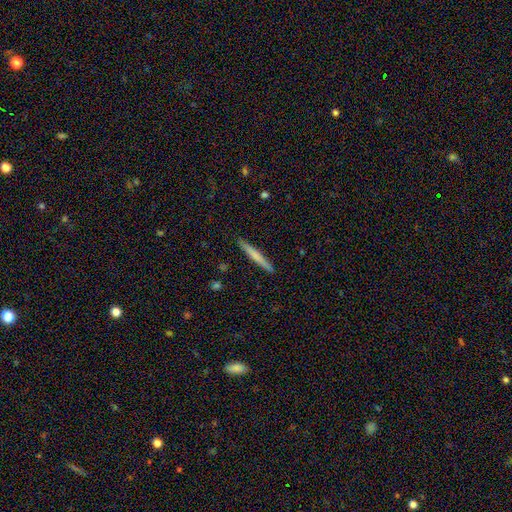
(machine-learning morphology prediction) A smooth galaxy with no disk features (62%) that is cigar-shaped (97%). Merging: none (92%).